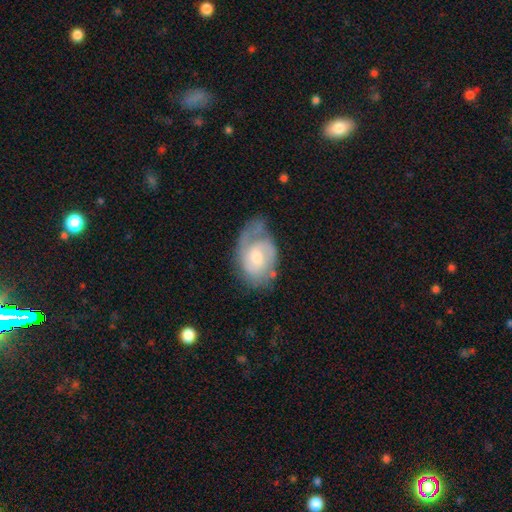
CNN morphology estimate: Smooth or featured?
  - featured or disk: 72% *
  - smooth: 22%
  - star or artifact: 6%
Edge-on disk?
  - no: 97% *
  - yes: 3%
Bar?
  - no: 59% *
  - weak: 36%
  - strong: 5%
Spiral arms?
  - yes: 89% *
  - no: 11%
Spiral winding?
  - tight: 44% *
  - medium: 40%
  - loose: 16%
Spiral arm count?
  - 2: 49% *
  - 1: 25%
  - can't tell: 19%
  - 3: 4%
  - 4: 1%
  - more than 4: 1%
Bulge size?
  - moderate: 50% *
  - small: 41%
  - large: 5%
  - none: 3%
  - dominant: 1%
Merging?
  - none: 49% *
  - minor disturbance: 30%
  - major disturbance: 18%
  - merger: 3%